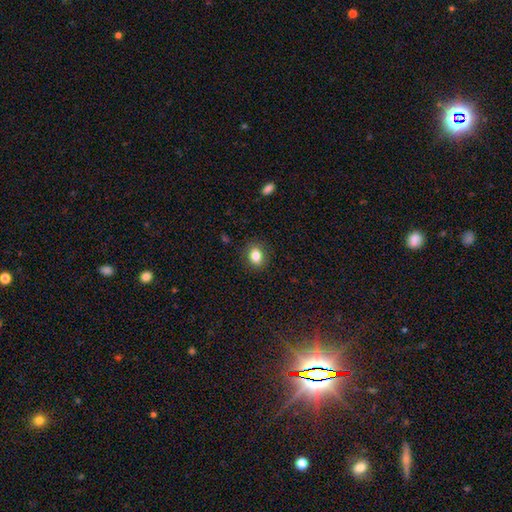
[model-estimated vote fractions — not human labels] Morphology: type=smooth (84%); roundness=in between (56%); merging=none (86%).